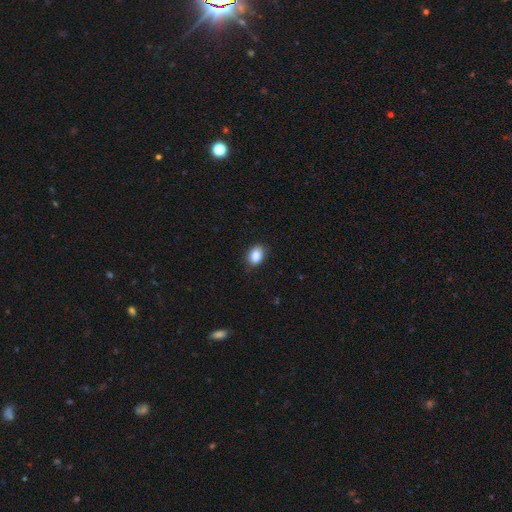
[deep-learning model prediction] A smooth galaxy with no disk features (88%) that is in between round and cigar-shaped (77%).

Vote fractions:
- Smooth or featured? smooth: 88% / star or artifact: 8% / featured or disk: 4%
- How rounded? in between: 77% / round: 22% / cigar-shaped: 1%
- Merging? none: 84% / minor disturbance: 12% / major disturbance: 2% / merger: 1%